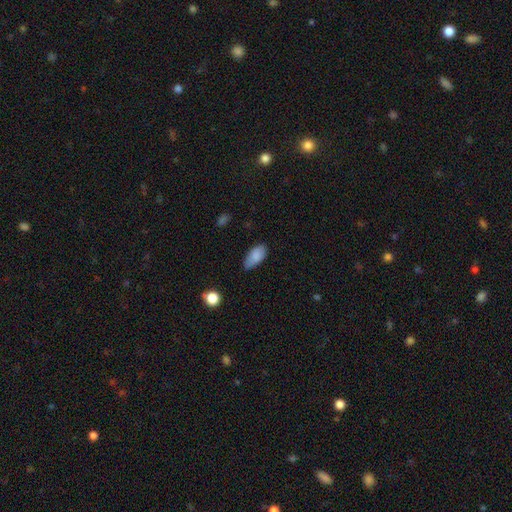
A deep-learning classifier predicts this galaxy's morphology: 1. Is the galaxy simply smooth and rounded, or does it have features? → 85% smooth, 8% featured or disk, 7% star or artifact.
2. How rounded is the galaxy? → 92% in between, 5% cigar-shaped, 3% round.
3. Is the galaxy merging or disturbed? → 61% none, 32% minor disturbance, 5% major disturbance, 2% merger.